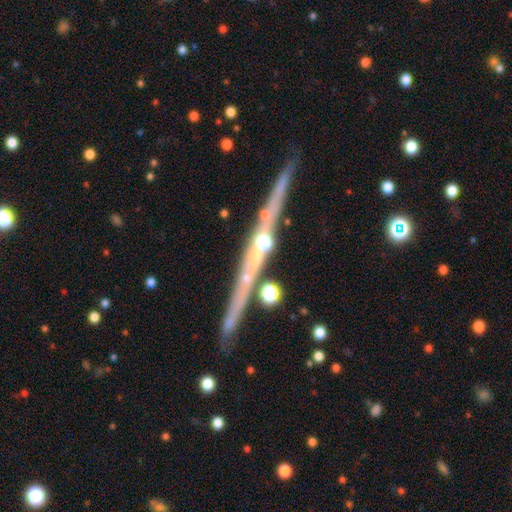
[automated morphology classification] type=featured or disk (83%); edge-on=yes (98%); edge-on bulge=rounded (70%); merging=none (86%).